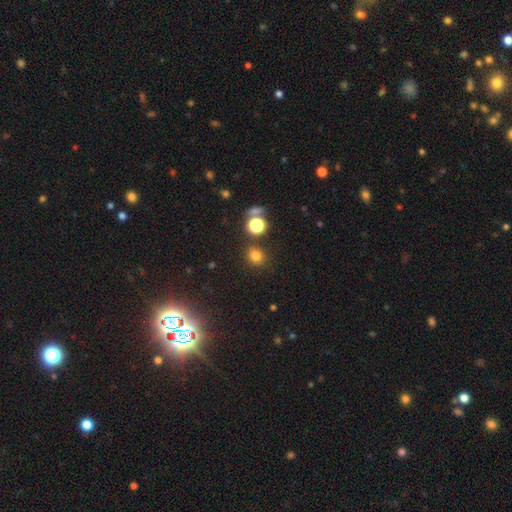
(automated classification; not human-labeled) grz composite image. It shows a smooth galaxy with no disk features (74%) that is round (80%). Merging: none (81%).